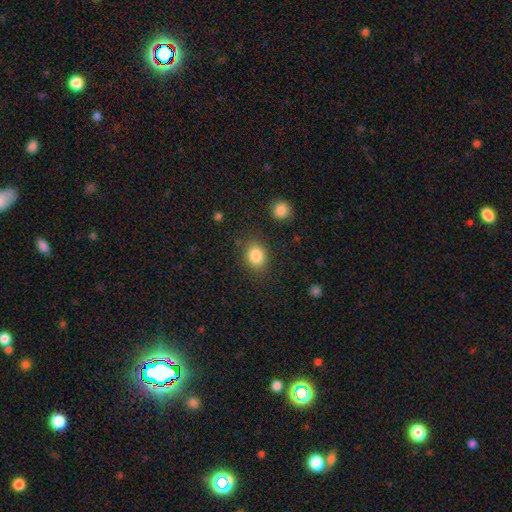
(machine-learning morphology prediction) Overall: smooth (85%). How rounded: round (53%; in between 46%). Merging: none (82%).